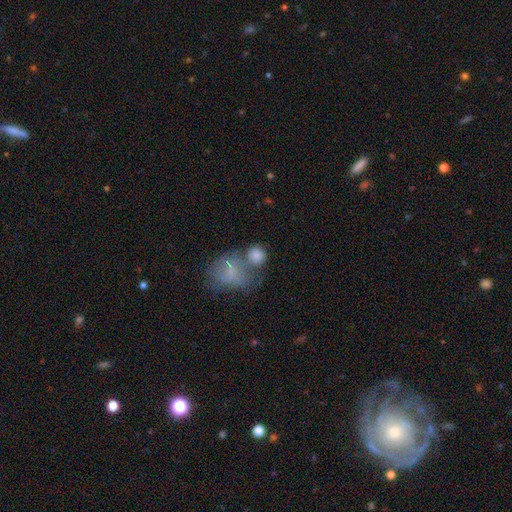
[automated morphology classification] A smooth galaxy with no disk features (77%) that is round (76%). Merging: none (38%).